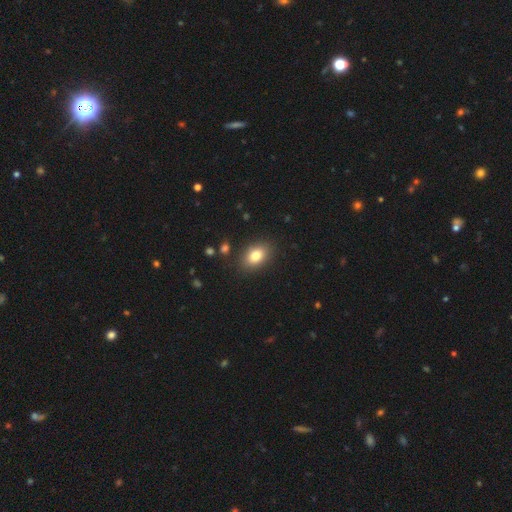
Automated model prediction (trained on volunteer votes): smooth_or_featured: smooth (p=0.81) [alt: featured or disk p=0.09]
how_rounded: in between (p=0.80) [alt: round p=0.18]
merging: none (p=0.86) [alt: minor disturbance p=0.09]